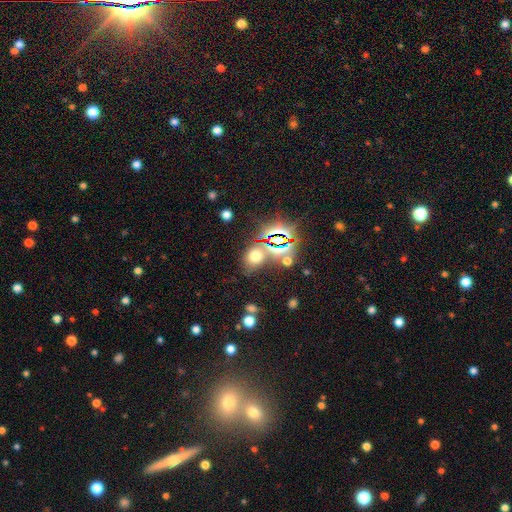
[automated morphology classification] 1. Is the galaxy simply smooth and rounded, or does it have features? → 54% smooth, 36% star or artifact, 9% featured or disk.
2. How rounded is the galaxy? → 51% round, 47% in between, 2% cigar-shaped.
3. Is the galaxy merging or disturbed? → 67% none, 14% minor disturbance, 12% merger, 7% major disturbance.